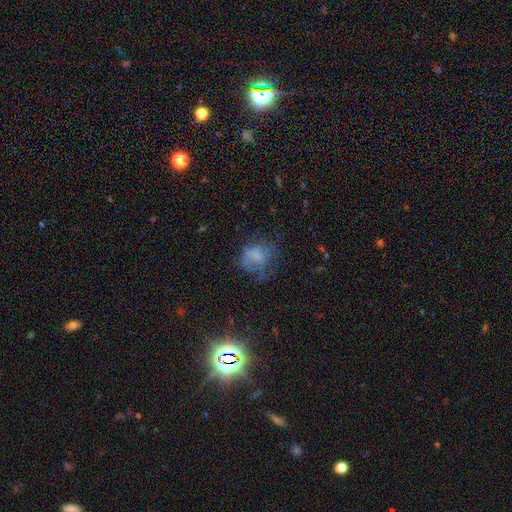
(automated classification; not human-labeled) Q: Smooth or featured?
A: smooth (57%); runner-up: featured or disk (27%)
Q: How rounded?
A: round (58%); runner-up: in between (40%)
Q: Merging?
A: none (41%); runner-up: major disturbance (30%)